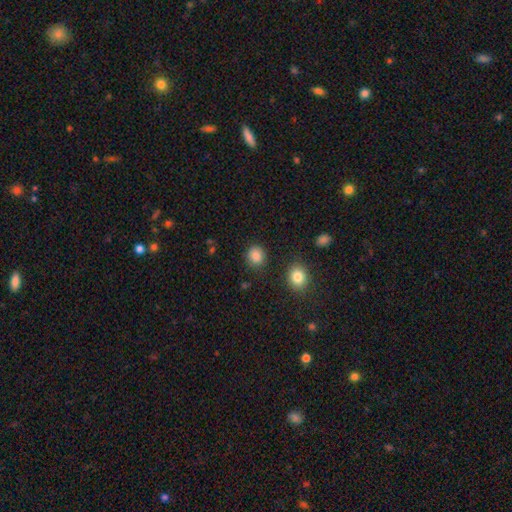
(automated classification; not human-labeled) smooth 87%, star or artifact 10%, featured or disk 3%. Down the decision tree: how rounded — round (78%); merging — none (85%).